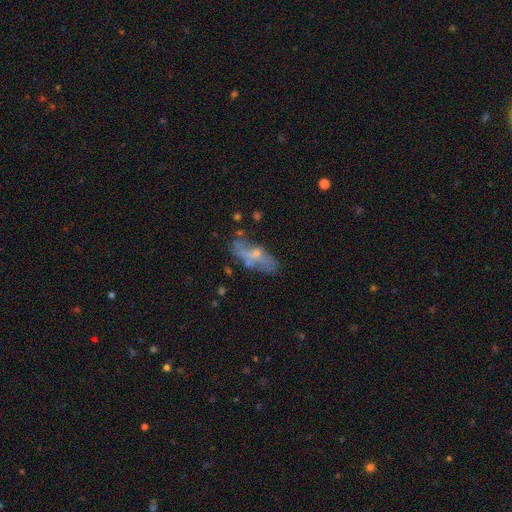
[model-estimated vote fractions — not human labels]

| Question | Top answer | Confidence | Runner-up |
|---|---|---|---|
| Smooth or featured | featured or disk | 51% | smooth (39%) |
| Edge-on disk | no | 78% | yes (22%) |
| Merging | none | 51% | minor disturbance (24%) |